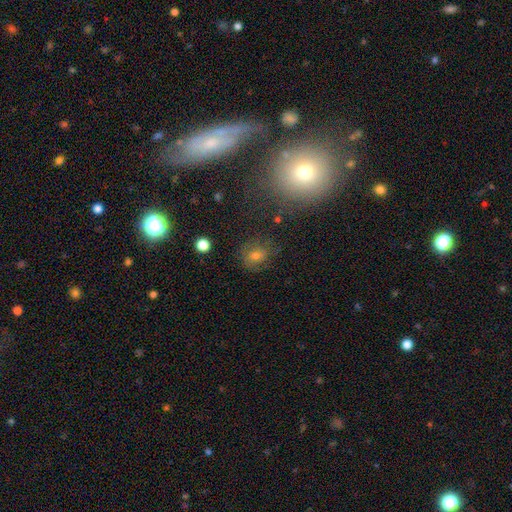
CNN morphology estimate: smooth-or-featured: smooth: 54% | featured or disk: 23% | star or artifact: 23%
  how-rounded: round: 69% | in between: 30% | cigar-shaped: 1%
  merging: none: 71% | minor disturbance: 17% | major disturbance: 9% | merger: 3%